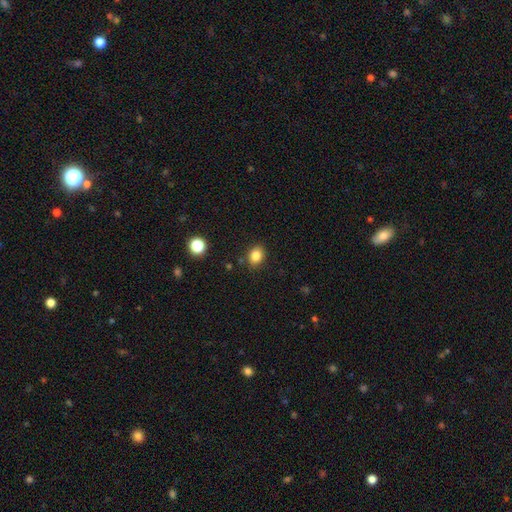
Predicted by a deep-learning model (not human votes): Q: Smooth or featured?
A: smooth (83%); runner-up: star or artifact (11%)
Q: How rounded?
A: in between (54%); runner-up: round (45%)
Q: Merging?
A: none (85%); runner-up: minor disturbance (10%)